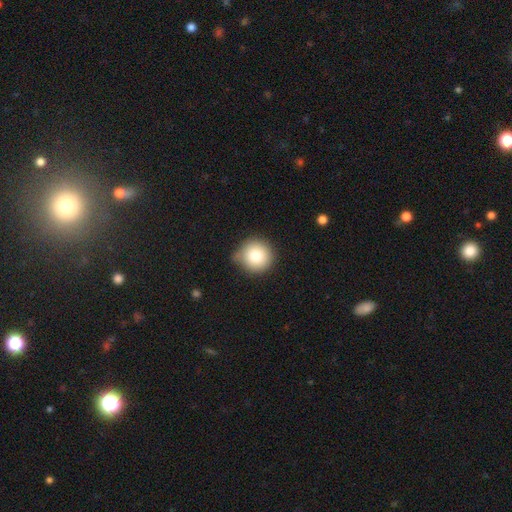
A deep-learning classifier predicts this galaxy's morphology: This appears to be a smooth galaxy with no disk features (82%) that is round (93%). Merging: none (70%).